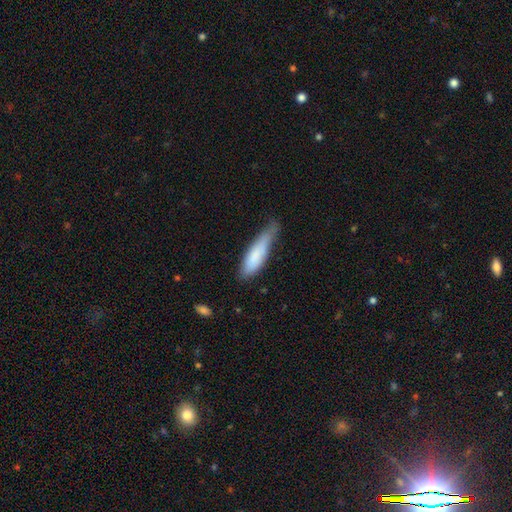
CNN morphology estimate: This appears to be a smooth galaxy with no disk features (79%) that is cigar-shaped (66%). Merging: minor disturbance (45%).